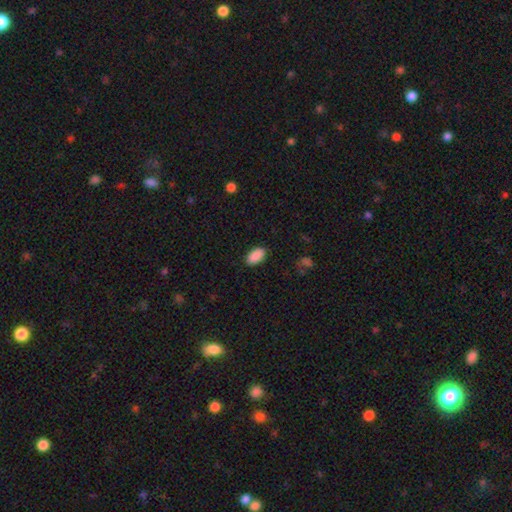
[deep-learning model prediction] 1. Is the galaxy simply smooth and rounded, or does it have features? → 90% smooth, 7% star or artifact, 3% featured or disk.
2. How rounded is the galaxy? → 94% in between, 3% cigar-shaped, 3% round.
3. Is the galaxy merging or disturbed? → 88% none, 9% minor disturbance, 2% major disturbance, 1% merger.